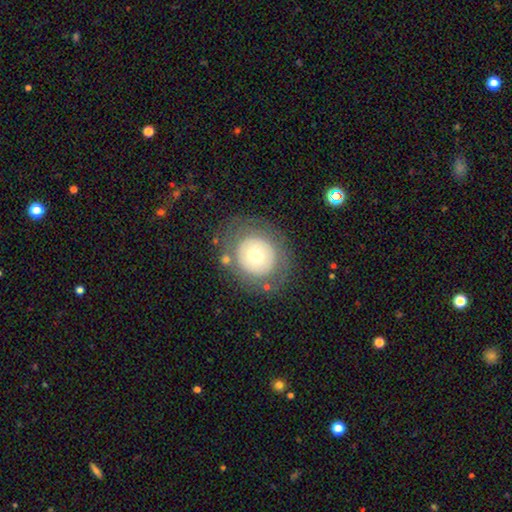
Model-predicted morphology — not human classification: This appears to be a smooth galaxy with no disk features (51%) that is round (83%). Merging: none (78%).